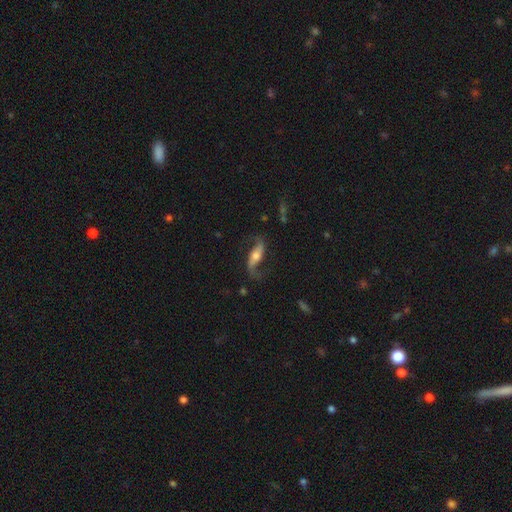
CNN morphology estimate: This is clearly a featured or disk galaxy (82%). It is clearly not viewed edge-on (86%). Bar: marginally no (41%). Spiral arm pattern: clearly yes (94%). Spiral arm count: clearly 2 (91%). Spiral winding: clearly loose (84%). Central bulge: possibly moderate (58%). Merging: likely none (71%).